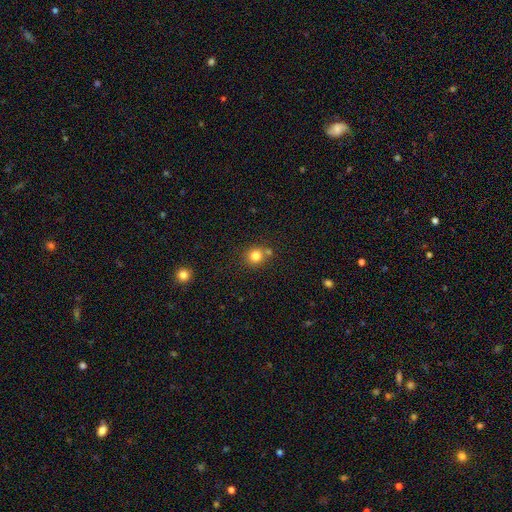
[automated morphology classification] smooth-or-featured: smooth: 82% | star or artifact: 12% | featured or disk: 6%
  how-rounded: round: 89% | in between: 10% | cigar-shaped: 1%
  merging: none: 70% | merger: 18% | minor disturbance: 10% | major disturbance: 3%